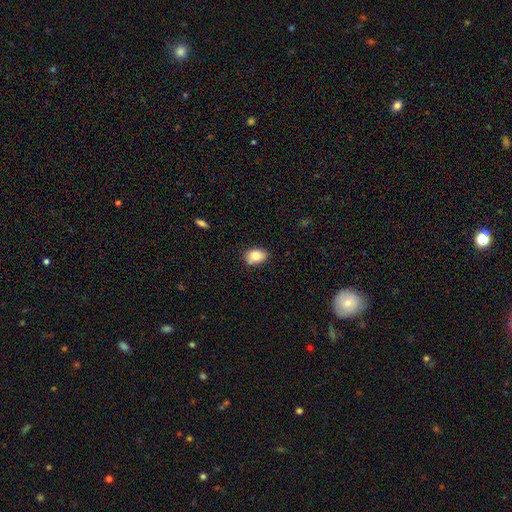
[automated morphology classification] Overall: smooth (82%). How rounded: in between (80%). Merging: none (80%).